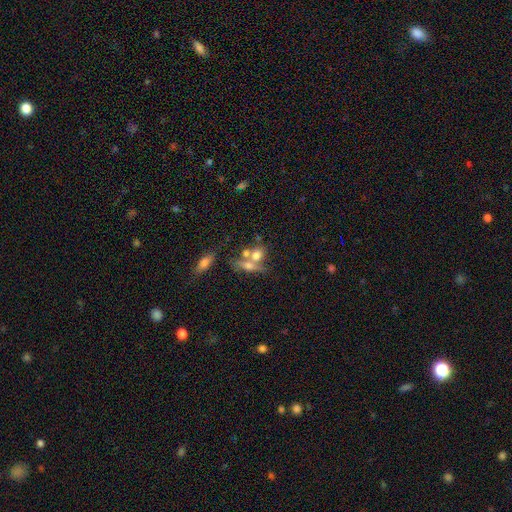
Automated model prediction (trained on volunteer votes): Smooth or featured? smooth (62%)
How rounded? round (46%)
Merging? merger (49%)